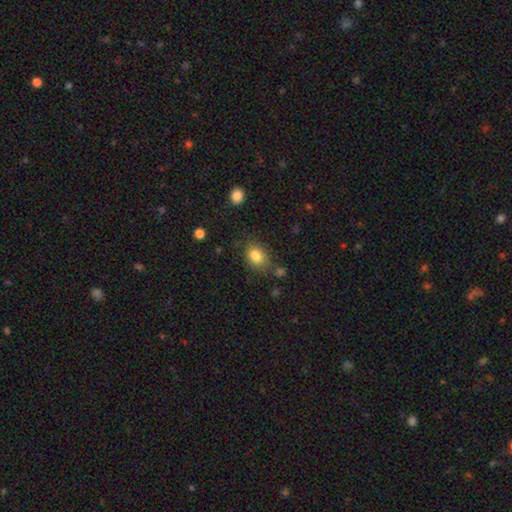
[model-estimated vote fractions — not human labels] A smooth galaxy with no disk features (84%) that is in between round and cigar-shaped (71%). Merging: none (72%).